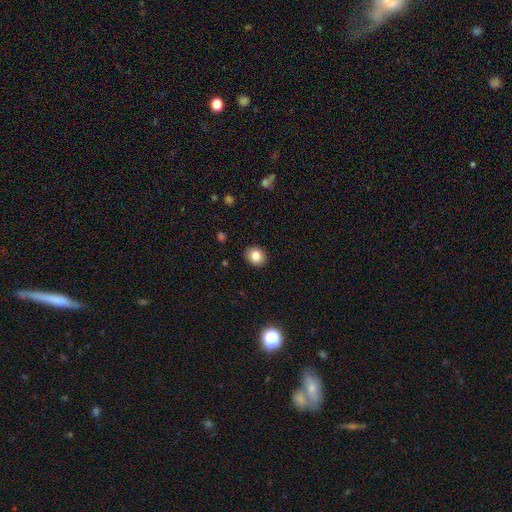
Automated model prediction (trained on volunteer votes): A smooth galaxy with no disk features (83%) that is round (62%).

Vote fractions:
- Smooth or featured? smooth: 83% / star or artifact: 10% / featured or disk: 8%
- How rounded? round: 62% / in between: 37% / cigar-shaped: 1%
- Merging? none: 91% / minor disturbance: 7% / major disturbance: 2% / merger: 1%